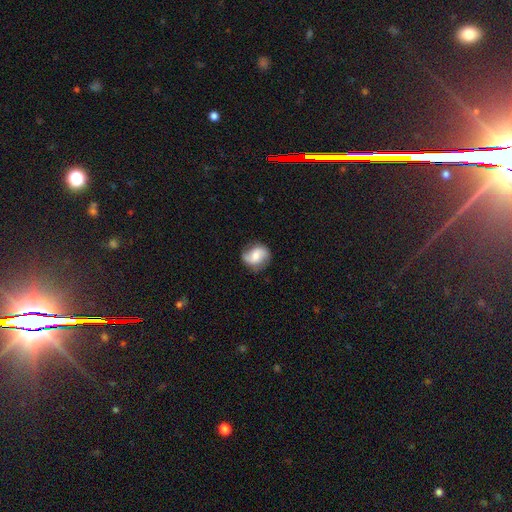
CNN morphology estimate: A featured or disk galaxy (60%) with no bar (47%), 2 (87%) loose (42%) spiral arms (91%) and a moderate central bulge (49%). Merging: none (78%).